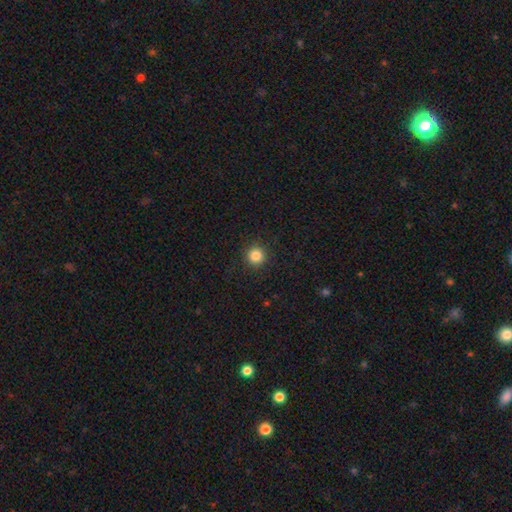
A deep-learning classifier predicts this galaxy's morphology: Smooth or featured?
  - smooth: 84% *
  - star or artifact: 12%
  - featured or disk: 5%
How rounded?
  - round: 95% *
  - in between: 4%
  - cigar-shaped: 1%
Merging?
  - none: 92% *
  - minor disturbance: 5%
  - major disturbance: 2%
  - merger: 1%